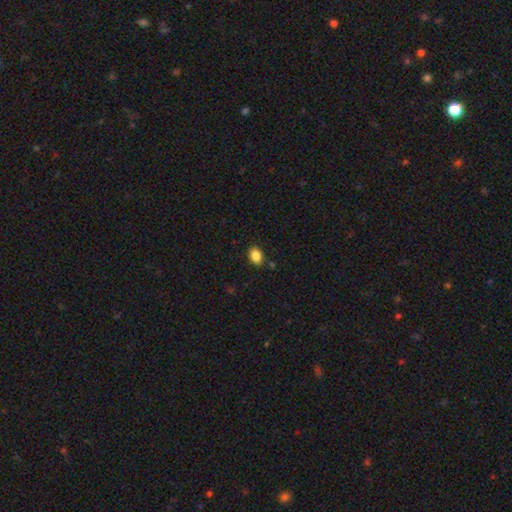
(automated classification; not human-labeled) Smooth or featured: smooth — 86% (star or artifact — 9%)
How rounded: in between — 78% (round — 21%)
Merging: none — 85% (minor disturbance — 10%)